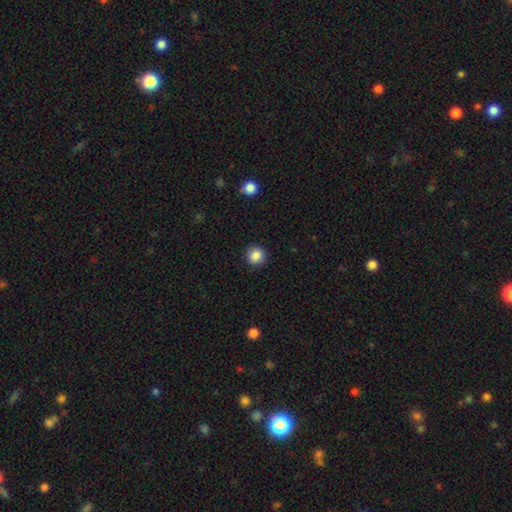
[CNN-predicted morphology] Smooth or featured: smooth — 86% (star or artifact — 10%)
How rounded: round — 91% (in between — 8%)
Merging: none — 90% (minor disturbance — 7%)